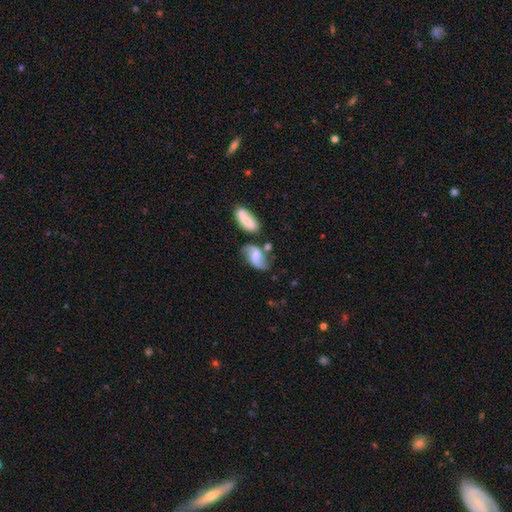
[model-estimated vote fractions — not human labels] Smooth or featured?
  - featured or disk: 69% *
  - smooth: 23%
  - star or artifact: 8%
Edge-on disk?
  - no: 96% *
  - yes: 4%
Bar?
  - no: 45% *
  - weak: 41%
  - strong: 13%
Spiral arms?
  - yes: 92% *
  - no: 8%
Spiral winding?
  - loose: 65% *
  - medium: 27%
  - tight: 8%
Spiral arm count?
  - 2: 90% *
  - can't tell: 4%
  - 1: 3%
  - 3: 1%
  - 4: 1%
  - more than 4: 1%
Bulge size?
  - none: 35% *
  - small: 29%
  - moderate: 25%
  - large: 9%
  - dominant: 2%
Merging?
  - none: 52% *
  - minor disturbance: 20%
  - merger: 19%
  - major disturbance: 10%